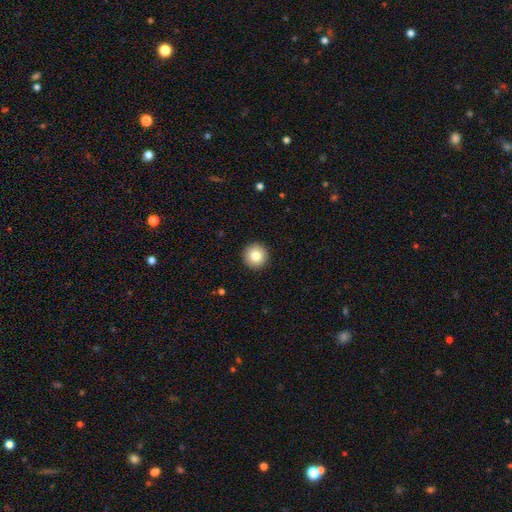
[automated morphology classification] Smooth or featured: smooth — 83% (star or artifact — 9%)
How rounded: round — 96% (in between — 3%)
Merging: none — 93% (minor disturbance — 4%)